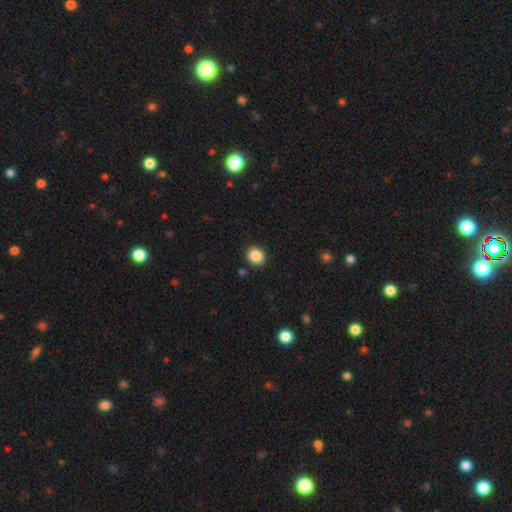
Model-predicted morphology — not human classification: smooth 87%, star or artifact 9%, featured or disk 4%. Down the decision tree: how rounded — round (72%); merging — none (90%).